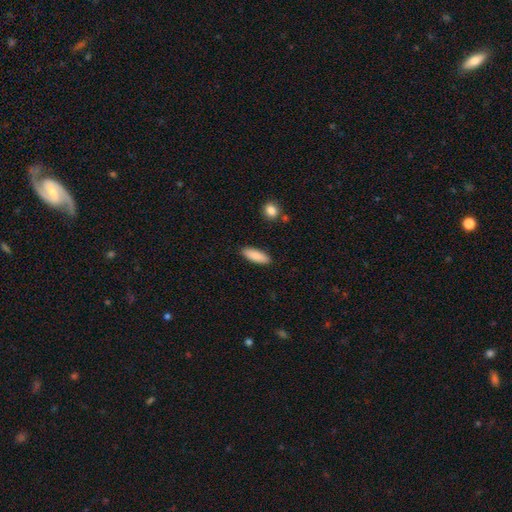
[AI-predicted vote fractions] The model was most divided on "how rounded": in between: 63%, cigar-shaped: 35%, round: 2%. More confident: merging — none (89%); smooth or featured — smooth (87%).